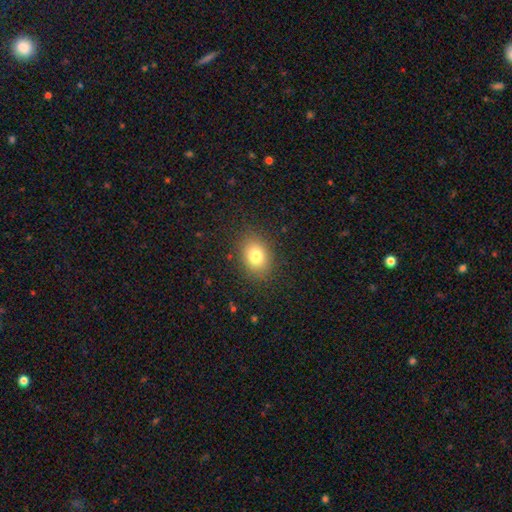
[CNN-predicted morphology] The model was most divided on "how rounded": in between: 62%, round: 37%, cigar-shaped: 1%. More confident: merging — none (86%); smooth or featured — smooth (79%).